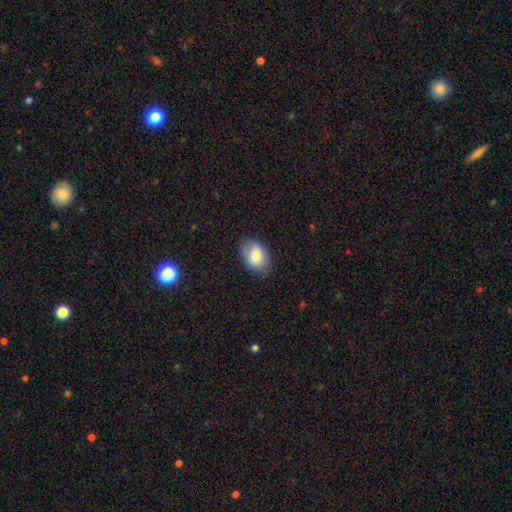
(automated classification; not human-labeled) Overall: smooth (79%). How rounded: in between (86%). Merging: none (75%).